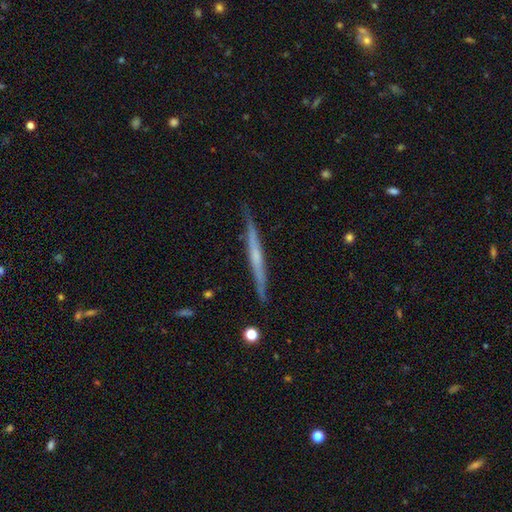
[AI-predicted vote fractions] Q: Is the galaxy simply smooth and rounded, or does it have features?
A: featured or disk — 64%.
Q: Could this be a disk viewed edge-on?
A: yes — 97%.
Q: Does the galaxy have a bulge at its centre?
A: none — 64%.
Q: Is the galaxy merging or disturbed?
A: none — 86%.